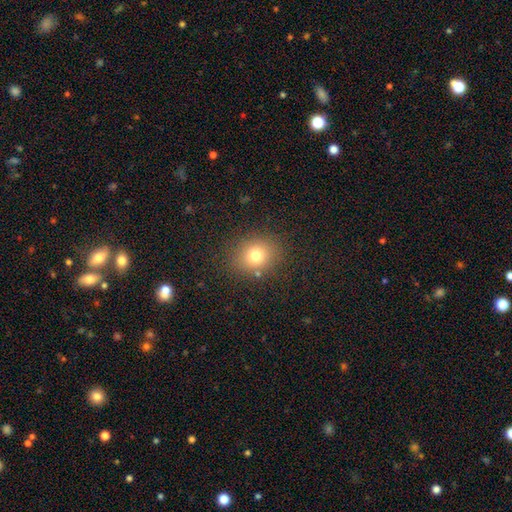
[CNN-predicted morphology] This appears to be a smooth galaxy with no disk features (75%) that is round (68%). Merging: none (83%).